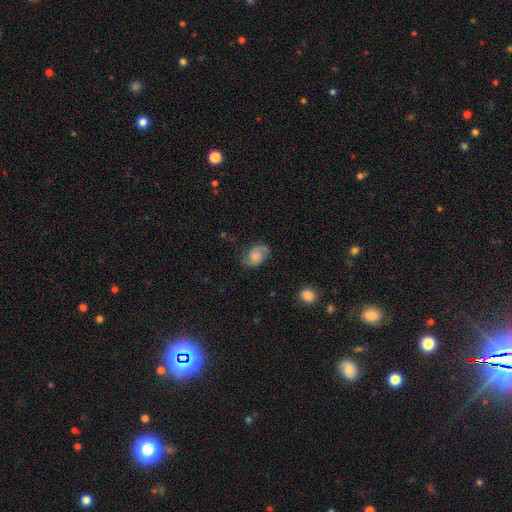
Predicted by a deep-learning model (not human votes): This is possibly a featured or disk galaxy (55%). It is clearly not viewed edge-on (97%). Bar: likely no (68%). Spiral arm pattern: clearly yes (91%). Central bulge: marginally moderate (30%). Merging: likely none (68%).